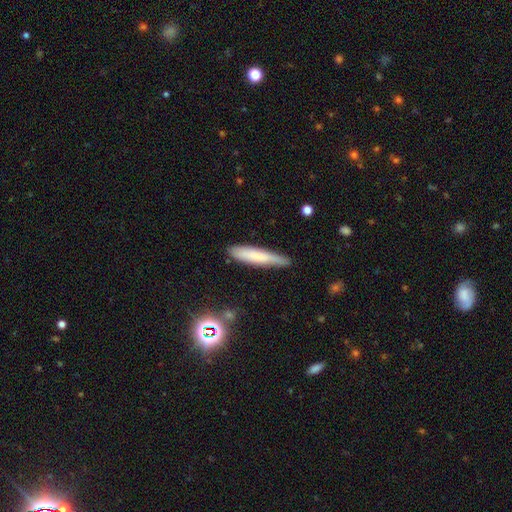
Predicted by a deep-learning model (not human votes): Morphology: type=smooth (68%); roundness=cigar-shaped (89%); merging=none (79%).